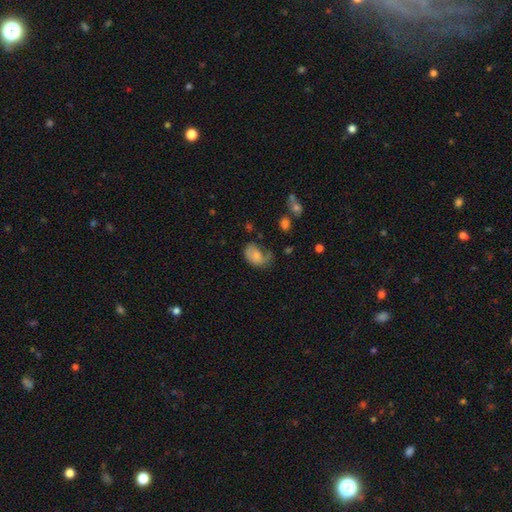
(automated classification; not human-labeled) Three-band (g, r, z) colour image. It shows a smooth galaxy with no disk features (67%) that is in between round and cigar-shaped (82%). Merging: major disturbance (33%, tied with minor disturbance).